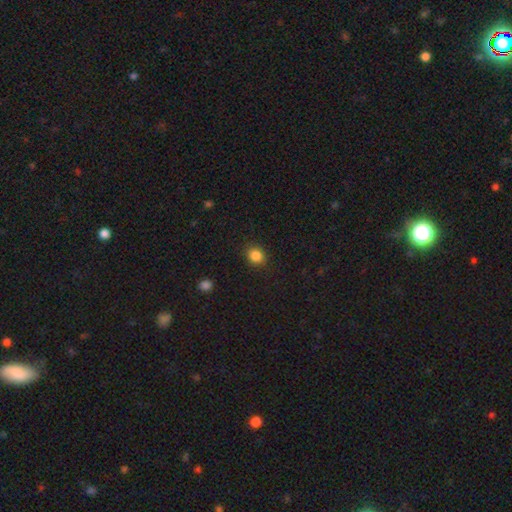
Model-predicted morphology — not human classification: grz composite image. It shows a smooth galaxy with no disk features (85%) that is round (74%). Merging: none (89%).